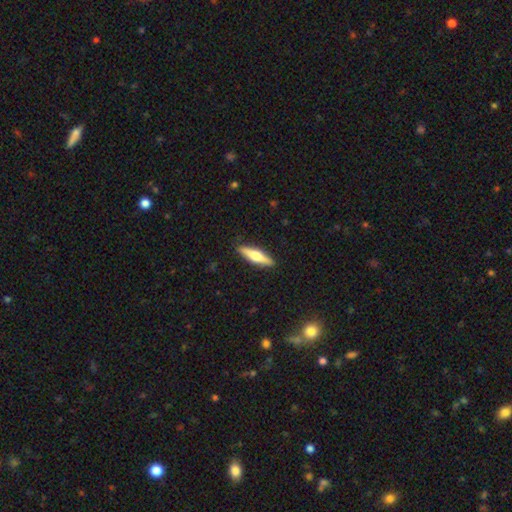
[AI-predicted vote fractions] A featured or disk galaxy (49%).

Vote fractions:
- Smooth or featured? featured or disk: 49% / smooth: 46% / star or artifact: 5%
- Merging? none: 90% / minor disturbance: 7% / major disturbance: 2% / merger: 1%